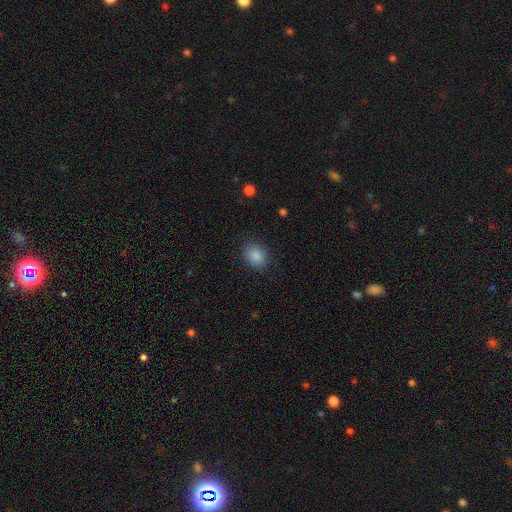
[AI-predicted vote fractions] Smooth or featured?
  - smooth: 87% *
  - star or artifact: 9%
  - featured or disk: 4%
How rounded?
  - round: 56% *
  - in between: 43%
  - cigar-shaped: 1%
Merging?
  - none: 86% *
  - minor disturbance: 10%
  - major disturbance: 3%
  - merger: 1%